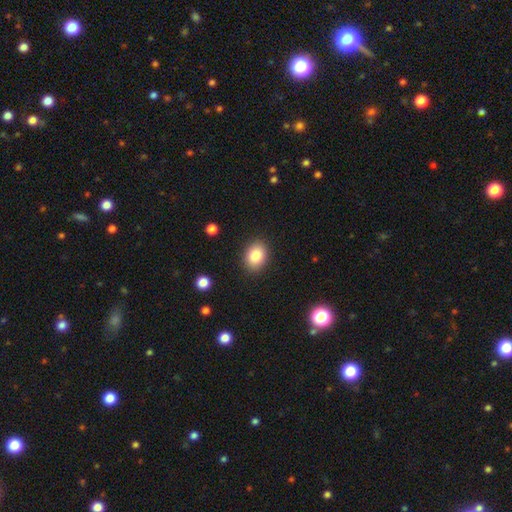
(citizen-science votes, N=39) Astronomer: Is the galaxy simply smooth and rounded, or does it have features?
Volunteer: smooth — 74%.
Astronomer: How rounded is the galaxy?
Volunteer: in between — 83%.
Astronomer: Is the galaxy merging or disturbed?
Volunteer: none — 83%.